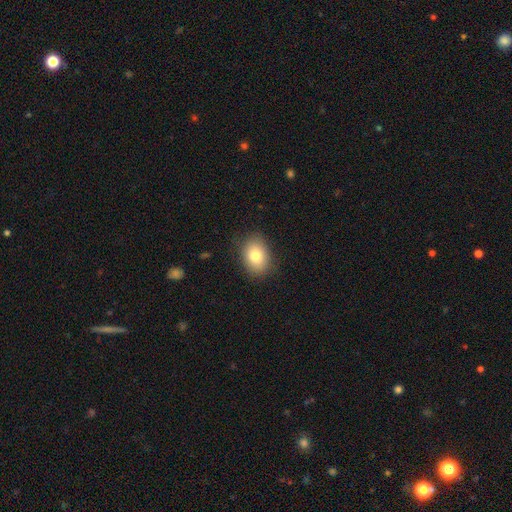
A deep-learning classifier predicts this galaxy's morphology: Smooth or featured? Predicted: smooth (p=0.79). How rounded? Predicted: in between (p=0.72). Merging? Predicted: none (p=0.86).